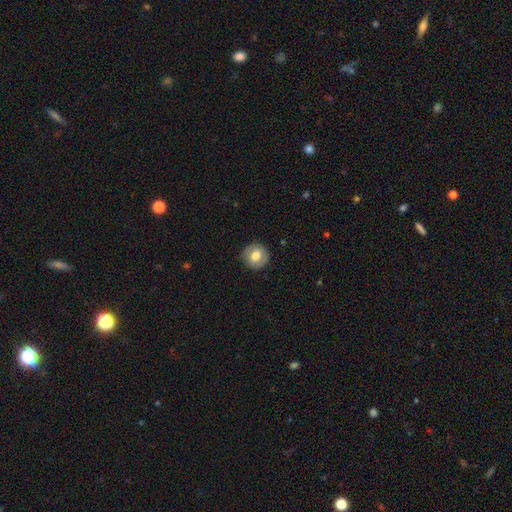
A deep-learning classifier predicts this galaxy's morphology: smooth_or_featured: smooth (p=0.66) [alt: featured or disk p=0.27]
how_rounded: round (p=0.85) [alt: in between p=0.14]
merging: none (p=0.85) [alt: minor disturbance p=0.11]